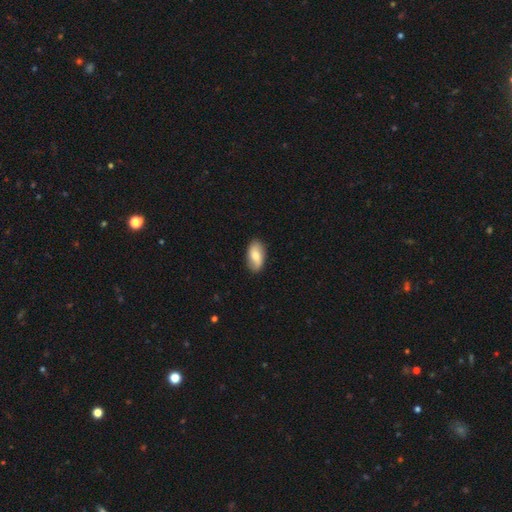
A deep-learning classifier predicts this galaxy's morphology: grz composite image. It shows a smooth galaxy with no disk features (68%) that is in between round and cigar-shaped (92%). Merging: none (85%).